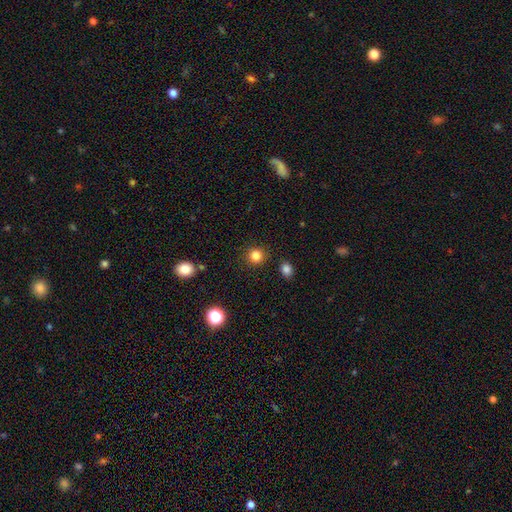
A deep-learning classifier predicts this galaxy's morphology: A smooth galaxy with no disk features (83%) that is round (92%). Merging: none (89%).